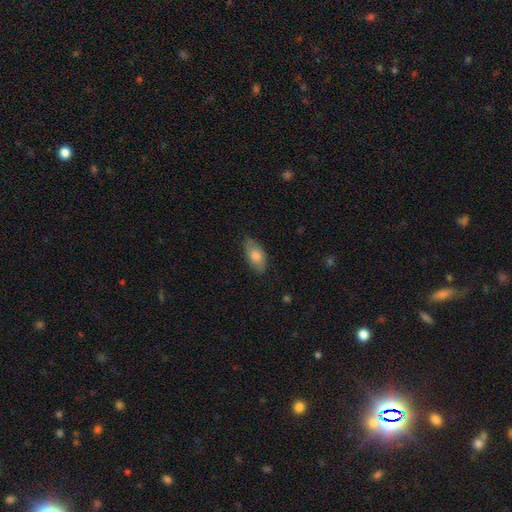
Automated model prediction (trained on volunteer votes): A smooth galaxy with no disk features (77%) that is in between round and cigar-shaped (90%). Merging: none (77%).